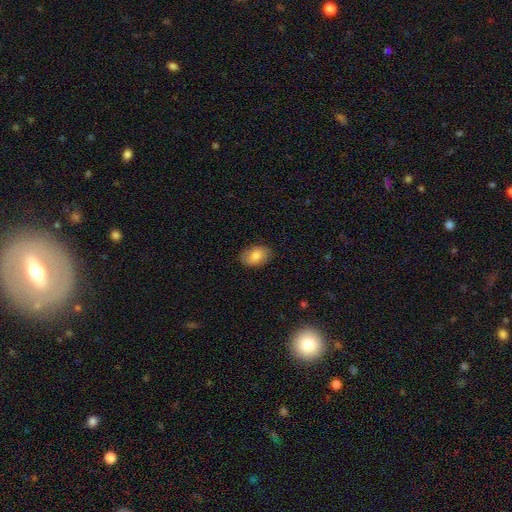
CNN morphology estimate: Smooth or featured?
  - smooth: 81% *
  - featured or disk: 12%
  - star or artifact: 7%
How rounded?
  - in between: 88% *
  - round: 11%
  - cigar-shaped: 1%
Merging?
  - none: 86% *
  - minor disturbance: 10%
  - major disturbance: 2%
  - merger: 1%